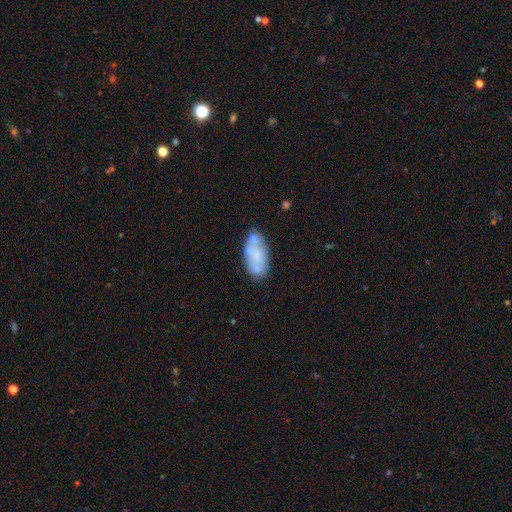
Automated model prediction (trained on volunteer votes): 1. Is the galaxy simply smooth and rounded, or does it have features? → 57% smooth, 36% featured or disk, 7% star or artifact.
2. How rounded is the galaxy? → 92% in between, 5% cigar-shaped, 3% round.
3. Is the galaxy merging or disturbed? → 56% none, 20% minor disturbance, 16% merger, 7% major disturbance.